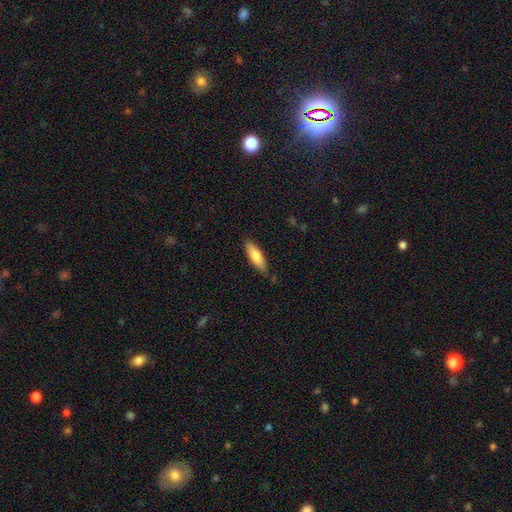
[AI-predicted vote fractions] smooth_or_featured: smooth (p=0.80) [alt: featured or disk p=0.15]
how_rounded: cigar-shaped (p=0.53) [alt: in between p=0.46]
merging: none (p=0.80) [alt: minor disturbance p=0.15]